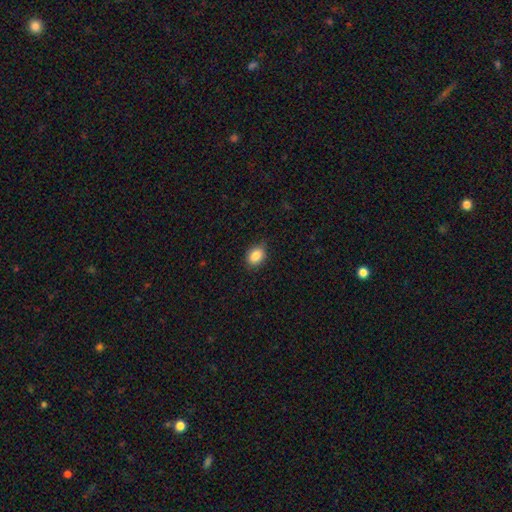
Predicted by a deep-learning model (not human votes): A smooth galaxy with no disk features (87%) that is in between round and cigar-shaped (71%).

Vote fractions:
- Smooth or featured? smooth: 87% / star or artifact: 8% / featured or disk: 5%
- How rounded? in between: 71% / round: 28% / cigar-shaped: 1%
- Merging? none: 83% / minor disturbance: 14% / major disturbance: 3% / merger: 1%